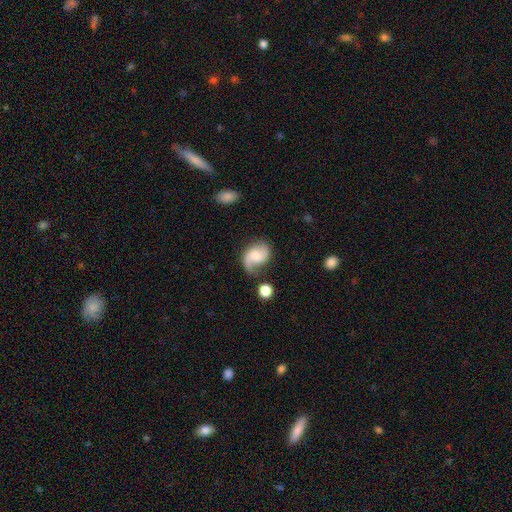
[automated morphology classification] Smooth or featured? Predicted: featured or disk (p=0.70). Edge-on disk? Predicted: no (p=0.98). Bar? Predicted: no (p=0.53). Spiral arms? Predicted: yes (p=0.94). Spiral winding? Predicted: loose (p=0.47). Spiral arm count? Predicted: 2 (p=0.69). Bulge size? Predicted: moderate (p=0.49). Merging? Predicted: none (p=0.58).